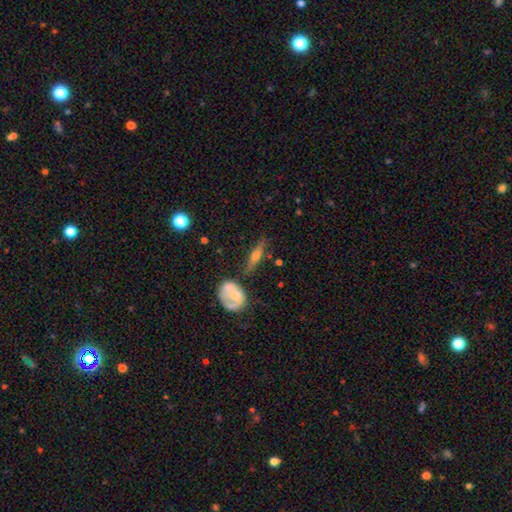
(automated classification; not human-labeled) Overall: featured or disk (59%; smooth 33%). Edge-on disk: yes (90%). Edge-on bulge: rounded (90%). Merging: none (76%).